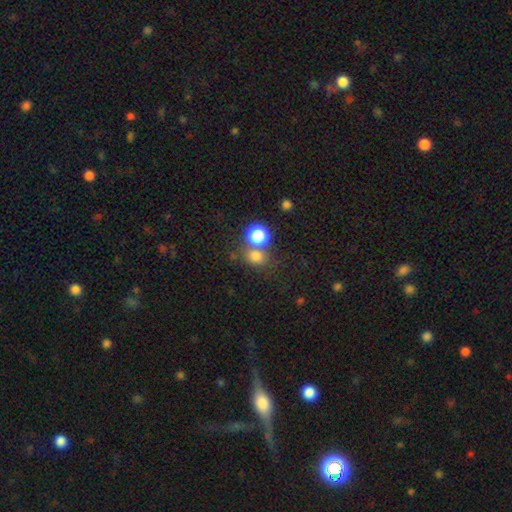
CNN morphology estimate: The model was most divided on "merging": none: 58%, merger: 30%, minor disturbance: 8%, major disturbance: 4%. More confident: smooth or featured — smooth (75%); how rounded — round (71%).